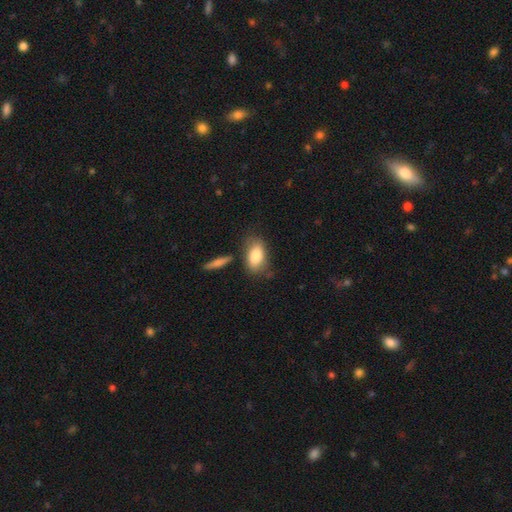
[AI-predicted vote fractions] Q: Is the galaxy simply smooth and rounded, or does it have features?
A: smooth — 82%.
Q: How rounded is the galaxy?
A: in between — 89%.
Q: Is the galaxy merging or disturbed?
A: none — 68%.